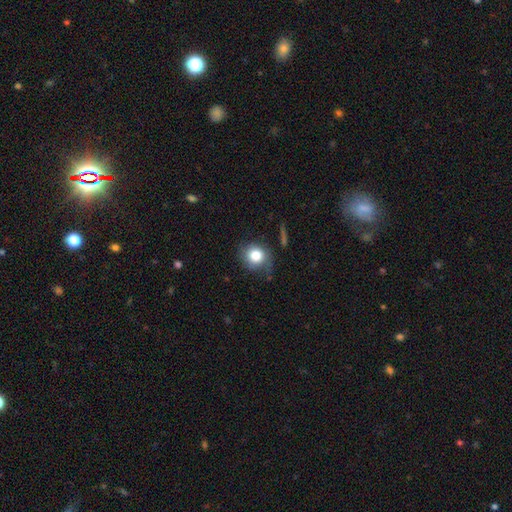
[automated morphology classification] Overall: smooth (80%). How rounded: round (82%). Merging: none (67%).